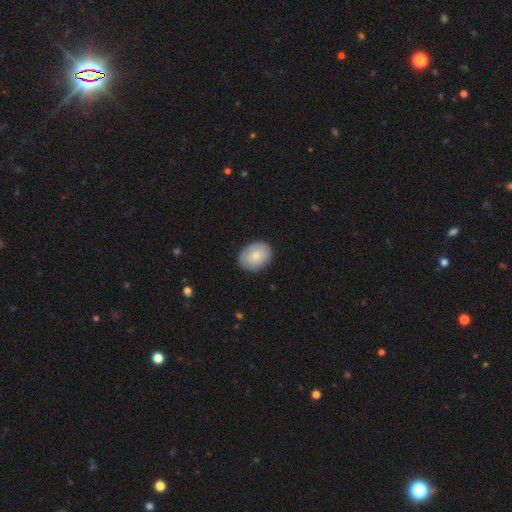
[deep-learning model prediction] A smooth galaxy with no disk features (80%) that is in between round and cigar-shaped (66%). Merging: none (86%).